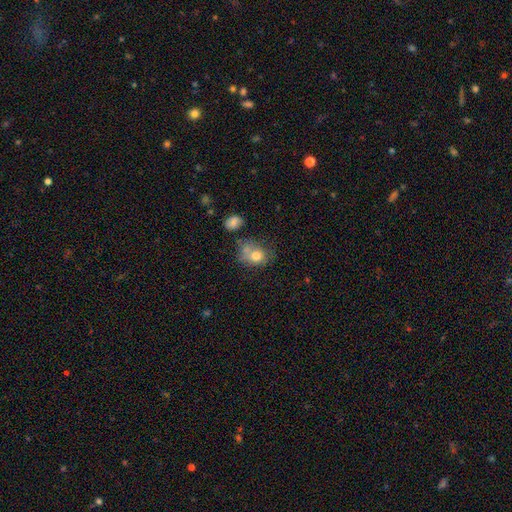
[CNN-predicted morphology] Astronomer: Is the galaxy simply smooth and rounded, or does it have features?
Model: smooth — 75%.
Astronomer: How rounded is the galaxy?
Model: round — 53% (runner-up: in between, 46%).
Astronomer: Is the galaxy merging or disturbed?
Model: none — 40% (runner-up: merger, 27%).